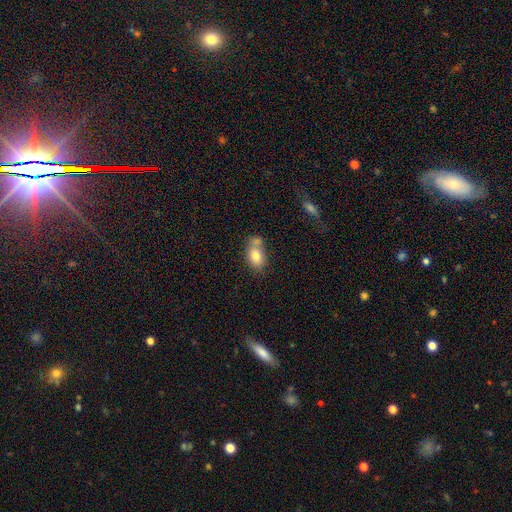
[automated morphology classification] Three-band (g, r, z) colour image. It shows a smooth galaxy with no disk features (78%) that is in between round and cigar-shaped (79%). Merging: none (41%).